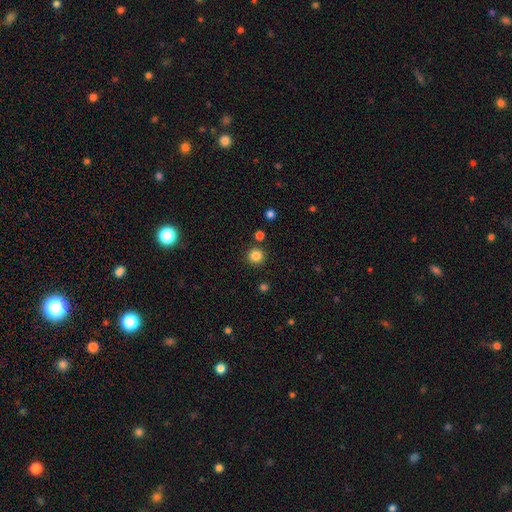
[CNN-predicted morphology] The model was most divided on "smooth or featured": smooth: 84%, star or artifact: 12%, featured or disk: 4%. More confident: how rounded — round (95%); merging — none (89%).